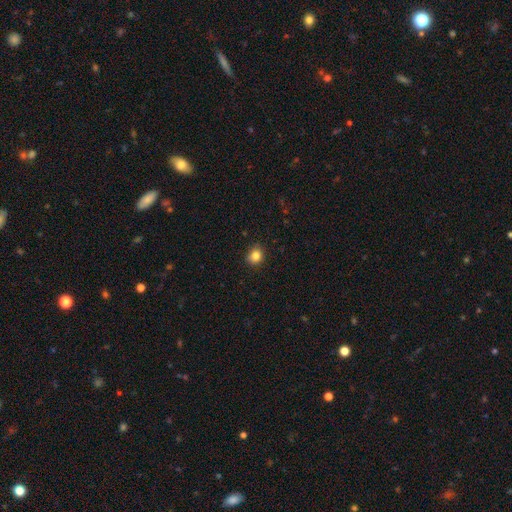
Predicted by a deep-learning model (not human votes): Smooth or featured: smooth — 83% (star or artifact — 11%)
How rounded: round — 75% (in between — 24%)
Merging: none — 85% (minor disturbance — 12%)